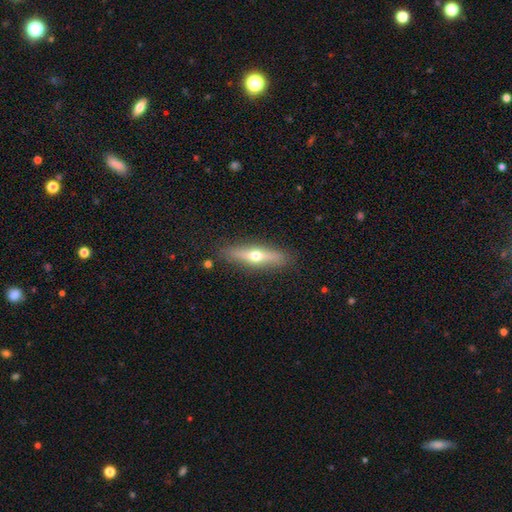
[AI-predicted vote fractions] A featured or disk galaxy (55%) viewed edge-on (89%).

Vote fractions:
- Smooth or featured? featured or disk: 55% / smooth: 38% / star or artifact: 7%
- Edge-on disk? yes: 89% / no: 11%
- Merging? none: 87% / minor disturbance: 9% / major disturbance: 2% / merger: 2%